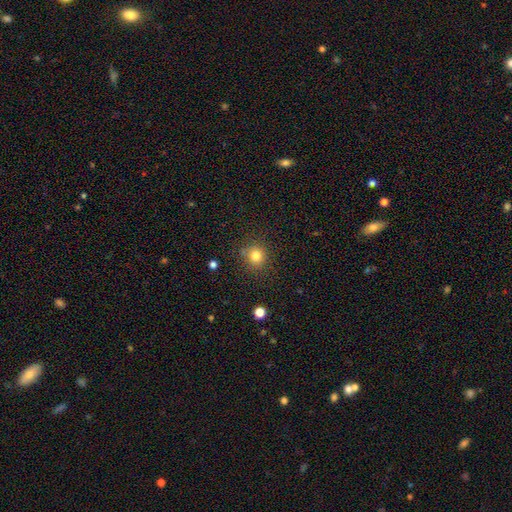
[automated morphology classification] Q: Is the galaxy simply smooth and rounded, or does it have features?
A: smooth — 80%.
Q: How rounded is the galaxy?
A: round — 89%.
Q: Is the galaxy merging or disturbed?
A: none — 83%.